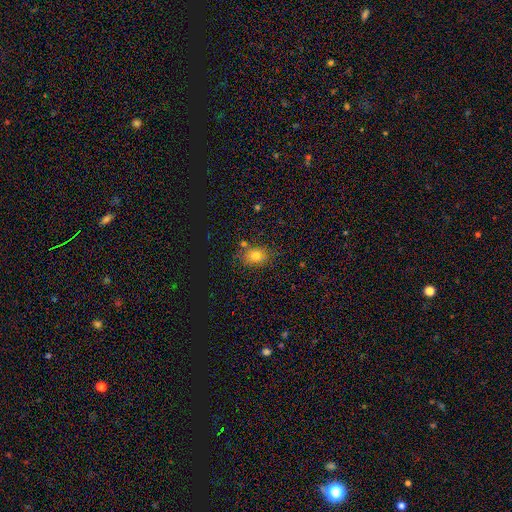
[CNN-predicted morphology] Smooth or featured: smooth — 77% (star or artifact — 14%)
How rounded: in between — 56% (round — 42%)
Merging: none — 76% (minor disturbance — 14%)